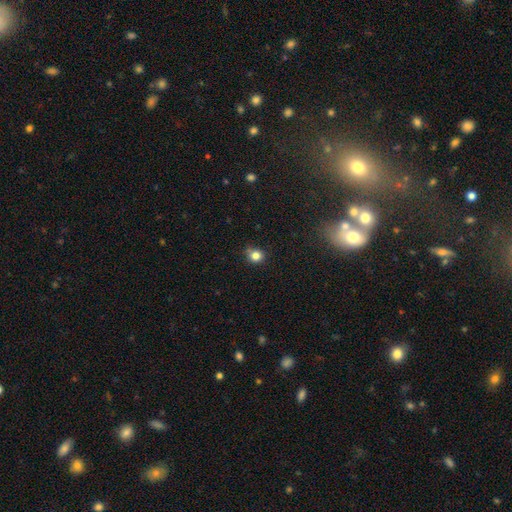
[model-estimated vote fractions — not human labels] Smooth or featured?
  - smooth: 81% *
  - star or artifact: 13%
  - featured or disk: 6%
How rounded?
  - round: 82% *
  - in between: 18%
  - cigar-shaped: 1%
Merging?
  - none: 73% *
  - minor disturbance: 20%
  - major disturbance: 4%
  - merger: 3%